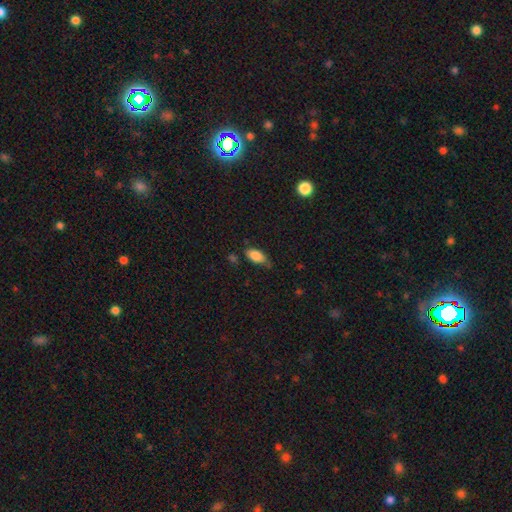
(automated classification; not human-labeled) A smooth galaxy with no disk features (84%) that is in between round and cigar-shaped (89%). Merging: none (65%).